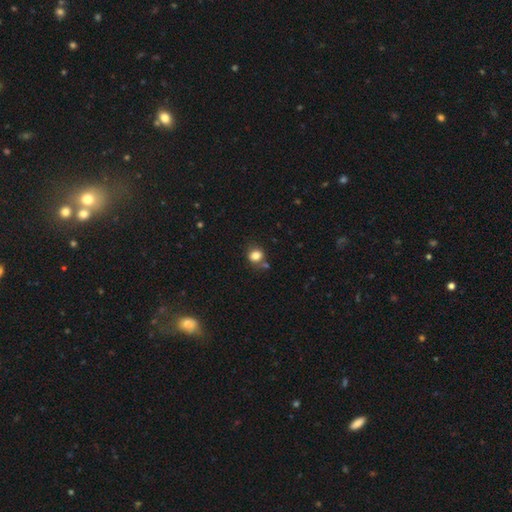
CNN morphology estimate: Smooth or featured? Predicted: smooth (p=0.82). How rounded? Predicted: round (p=0.71). Merging? Predicted: none (p=0.68).